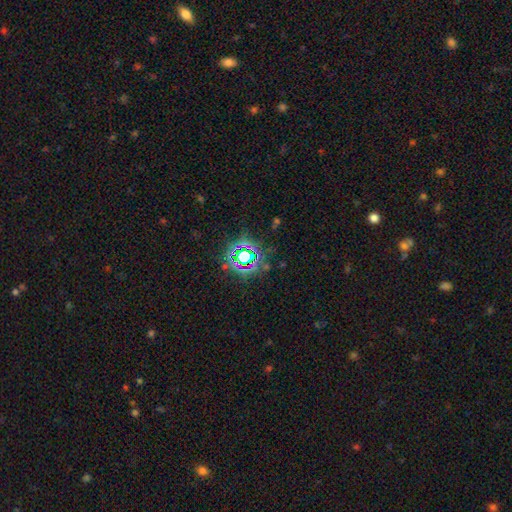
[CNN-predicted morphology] star or artifact 76%, smooth 15%, featured or disk 9%.